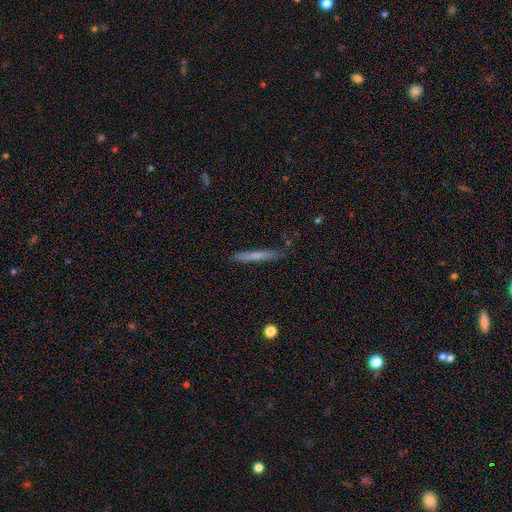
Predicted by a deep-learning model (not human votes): smooth_or_featured: smooth (p=0.65) [alt: featured or disk p=0.28]
how_rounded: cigar-shaped (p=0.96) [alt: in between p=0.03]
merging: none (p=0.83) [alt: minor disturbance p=0.13]